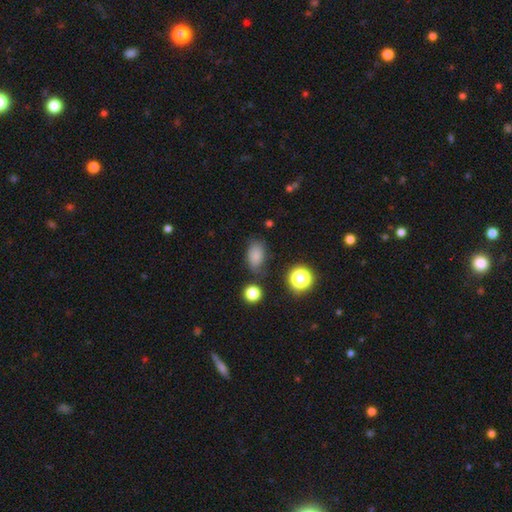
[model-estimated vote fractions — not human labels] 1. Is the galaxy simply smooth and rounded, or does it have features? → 79% smooth, 14% star or artifact, 7% featured or disk.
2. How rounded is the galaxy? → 85% in between, 13% round, 2% cigar-shaped.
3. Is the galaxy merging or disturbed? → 71% none, 19% minor disturbance, 5% major disturbance, 5% merger.